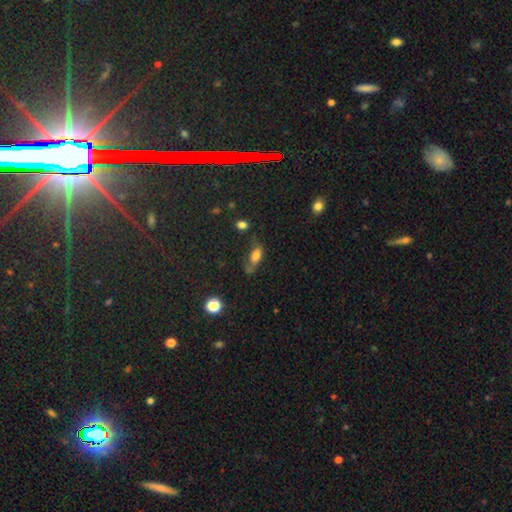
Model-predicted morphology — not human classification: This appears to be a smooth galaxy with no disk features (68%) that is in between round and cigar-shaped (79%). Merging: none (44%).